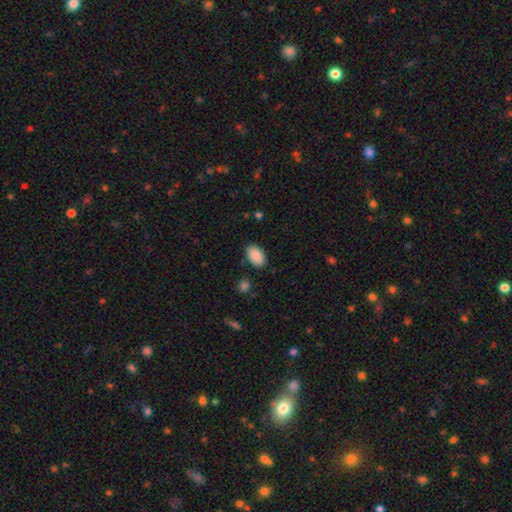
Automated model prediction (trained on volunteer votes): Morphology: type=smooth (89%); roundness=in between (91%); merging=none (84%).